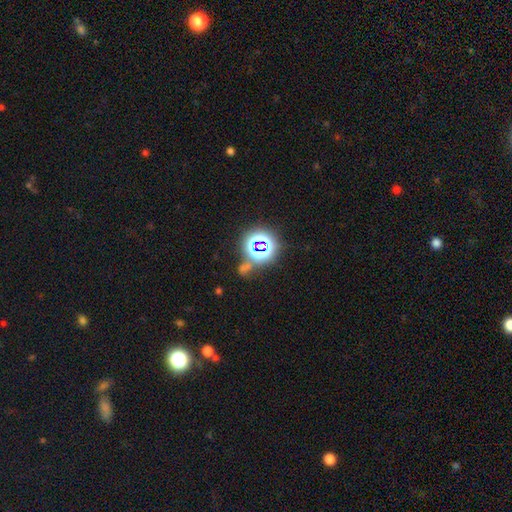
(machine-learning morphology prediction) A star or artifact, not a galaxy (78%).